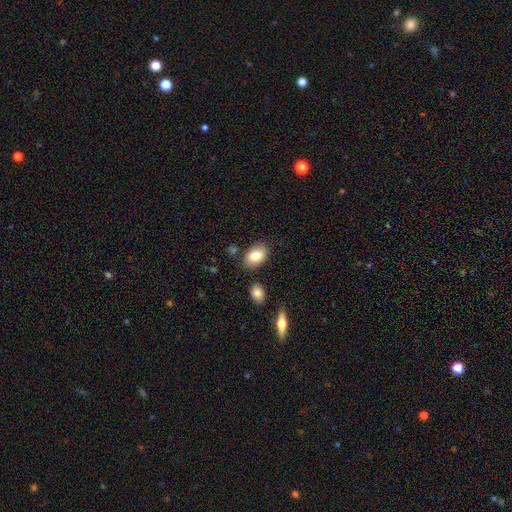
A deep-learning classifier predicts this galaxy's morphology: smooth-or-featured: smooth: 82% | featured or disk: 11% | star or artifact: 7%
  how-rounded: in between: 89% | round: 10% | cigar-shaped: 1%
  merging: none: 81% | minor disturbance: 12% | merger: 4% | major disturbance: 3%